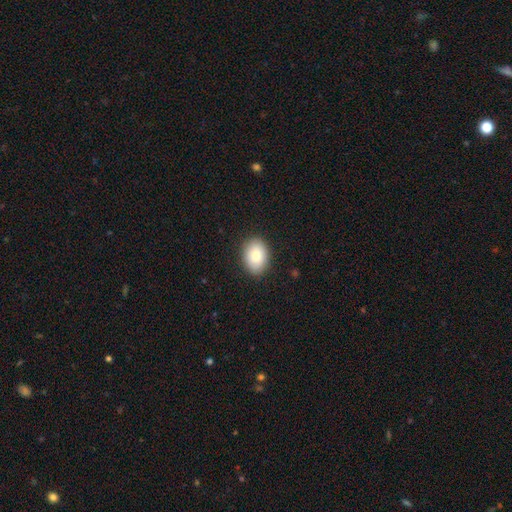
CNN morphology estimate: Smooth or featured? smooth (83%)
How rounded? in between (75%)
Merging? none (88%)